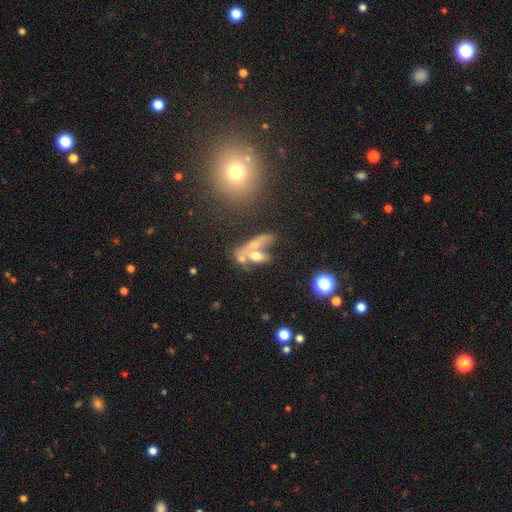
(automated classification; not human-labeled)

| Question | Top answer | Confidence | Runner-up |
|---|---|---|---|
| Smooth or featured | smooth | 50% | featured or disk (38%) |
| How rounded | in between | 69% | cigar-shaped (20%) |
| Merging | merger | 60% | none (20%) |